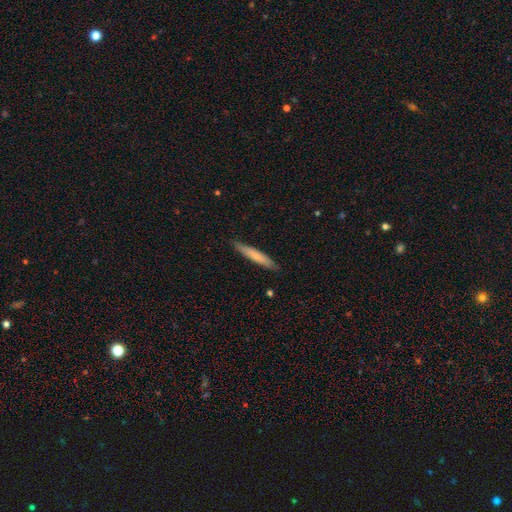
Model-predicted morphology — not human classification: The model was most divided on "smooth or featured": smooth: 69%, featured or disk: 26%, star or artifact: 5%. More confident: how rounded — cigar-shaped (94%); merging — none (88%).